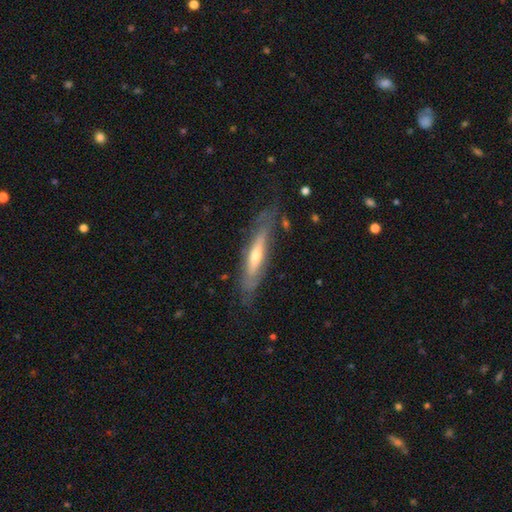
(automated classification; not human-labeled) Q: Smooth or featured?
A: featured or disk (63%); runner-up: smooth (31%)
Q: Edge-on disk?
A: yes (67%); runner-up: no (33%)
Q: Merging?
A: none (69%); runner-up: minor disturbance (21%)